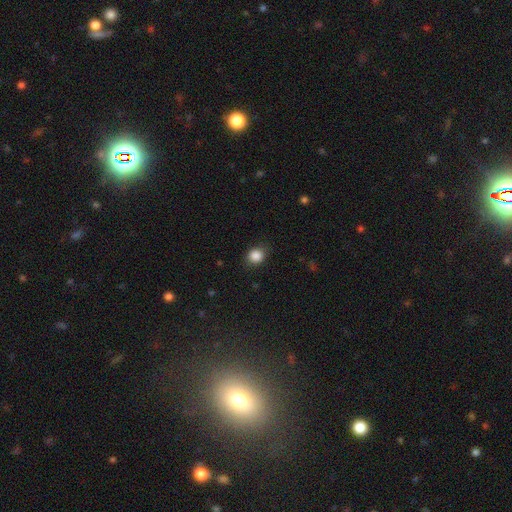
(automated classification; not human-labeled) Smooth or featured: smooth — 86% (star or artifact — 10%)
How rounded: round — 67% (in between — 32%)
Merging: none — 82% (minor disturbance — 13%)